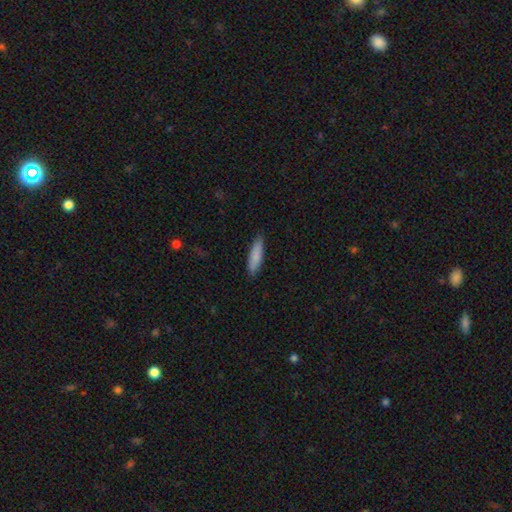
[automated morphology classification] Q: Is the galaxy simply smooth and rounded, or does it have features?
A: smooth — 85%.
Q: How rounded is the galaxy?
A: cigar-shaped — 70%.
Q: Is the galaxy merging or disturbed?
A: none — 86%.